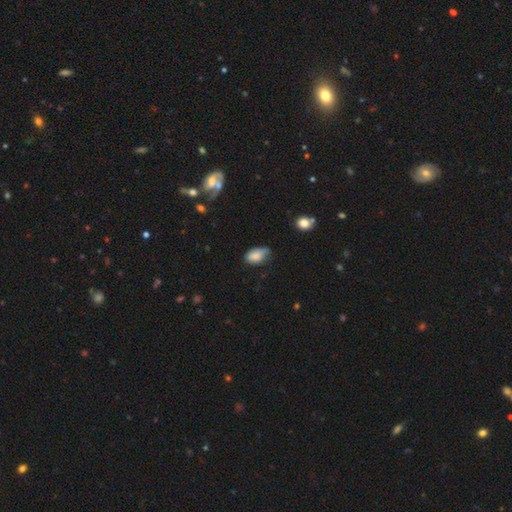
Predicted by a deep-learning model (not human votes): Smooth or featured? Predicted: smooth (p=0.81). How rounded? Predicted: in between (p=0.91). Merging? Predicted: minor disturbance (p=0.43, tied with none).